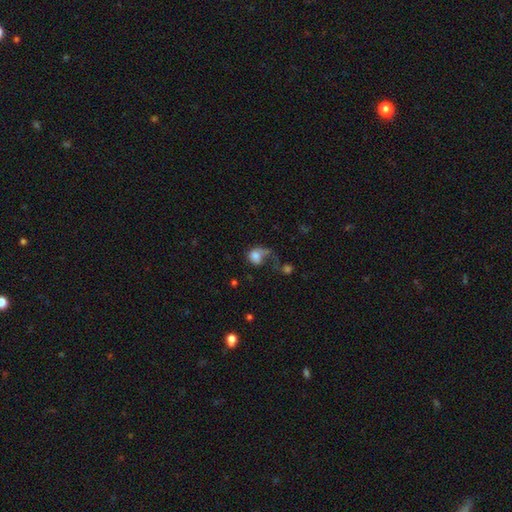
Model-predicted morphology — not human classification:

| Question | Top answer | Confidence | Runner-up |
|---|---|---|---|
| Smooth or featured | smooth | 63% | featured or disk (28%) |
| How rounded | round | 53% | in between (46%) |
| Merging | major disturbance | 52% | none (21%) |